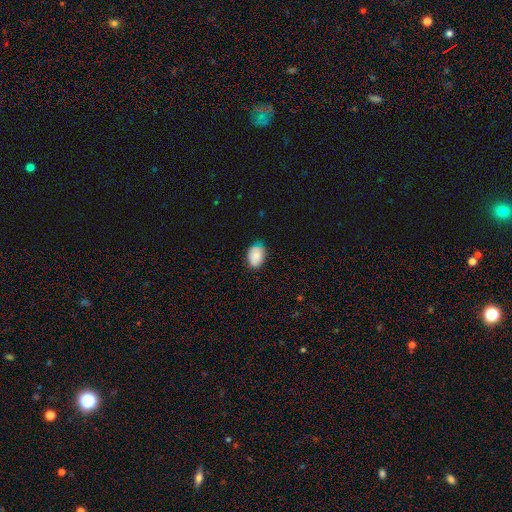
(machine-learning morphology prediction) A smooth galaxy with no disk features (79%) that is in between round and cigar-shaped (81%). Merging: none (71%).